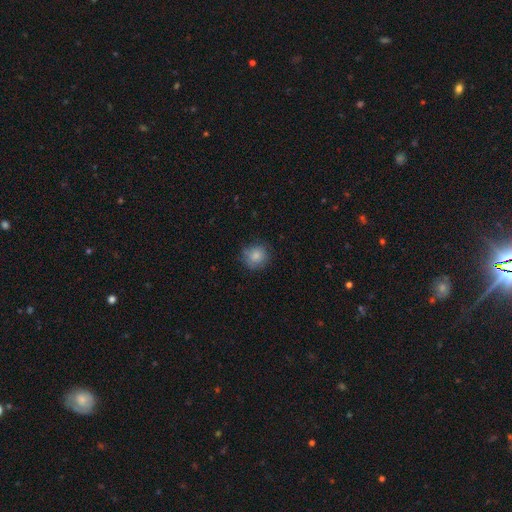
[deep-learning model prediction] smooth 83%, star or artifact 9%, featured or disk 7%. Down the decision tree: how rounded — round (88%); merging — none (78%).